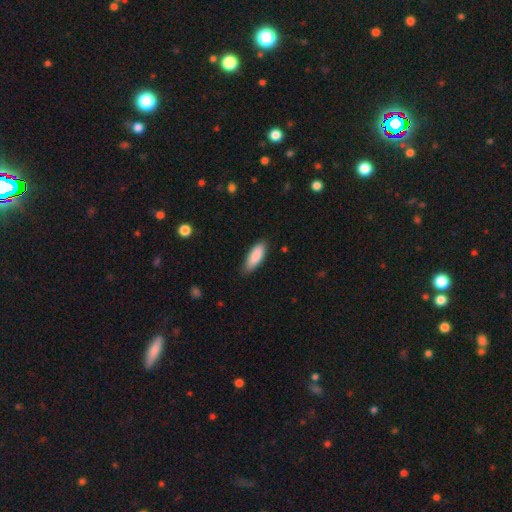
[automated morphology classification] smooth_or_featured: smooth (p=0.88) [alt: star or artifact p=0.06]
how_rounded: in between (p=0.69) [alt: cigar-shaped p=0.30]
merging: none (p=0.82) [alt: minor disturbance p=0.14]